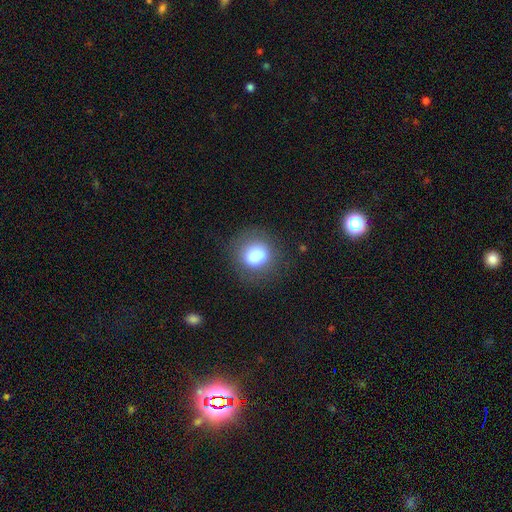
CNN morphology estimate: The model was most divided on "how rounded": round: 81%, in between: 18%, cigar-shaped: 1%. More confident: smooth or featured — smooth (82%); merging — none (81%).